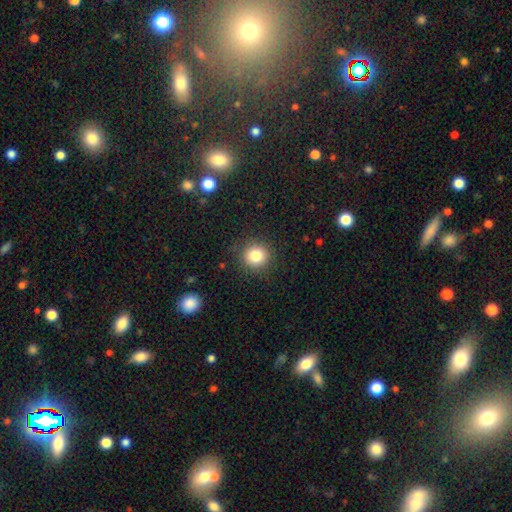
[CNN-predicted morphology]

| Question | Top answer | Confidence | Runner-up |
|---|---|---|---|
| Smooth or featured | smooth | 82% | star or artifact (11%) |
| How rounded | round | 91% | in between (8%) |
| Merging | none | 89% | minor disturbance (7%) |